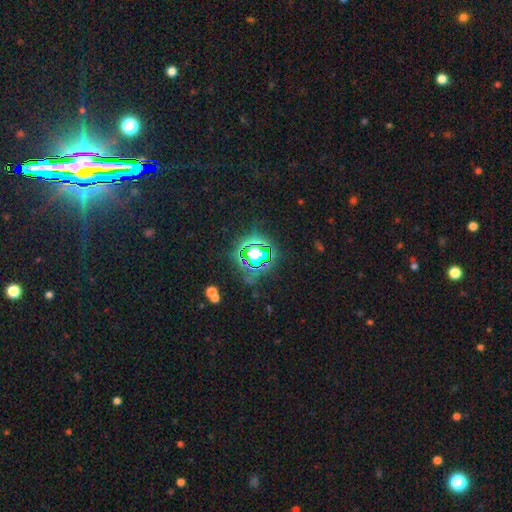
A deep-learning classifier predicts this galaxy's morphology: Smooth or featured?
  - star or artifact: 75% *
  - smooth: 15%
  - featured or disk: 10%